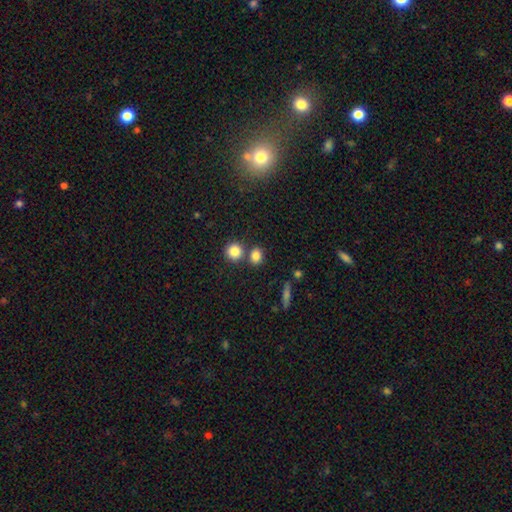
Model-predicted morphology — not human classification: Overall: smooth (82%). How rounded: round (60%; in between 38%). Merging: none (64%).